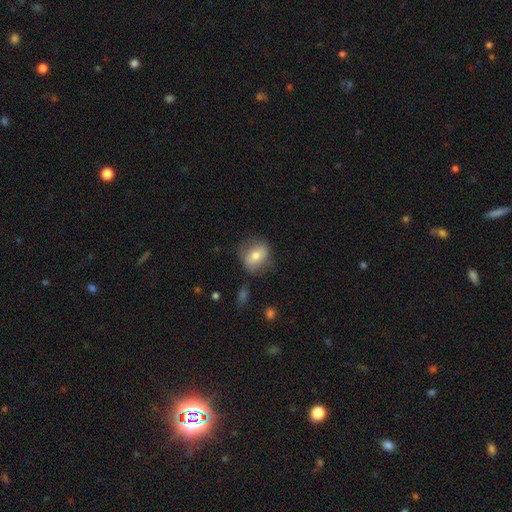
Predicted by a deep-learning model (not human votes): smooth_or_featured: smooth (p=0.68) [alt: featured or disk p=0.25]
how_rounded: in between (p=0.56) [alt: round p=0.42]
merging: none (p=0.68) [alt: minor disturbance p=0.22]